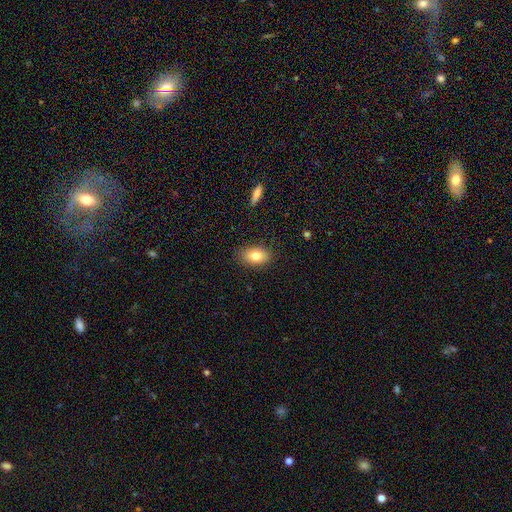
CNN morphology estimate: Smooth or featured?
  - smooth: 79% *
  - featured or disk: 12%
  - star or artifact: 8%
How rounded?
  - in between: 88% *
  - round: 10%
  - cigar-shaped: 2%
Merging?
  - none: 86% *
  - minor disturbance: 10%
  - major disturbance: 2%
  - merger: 1%